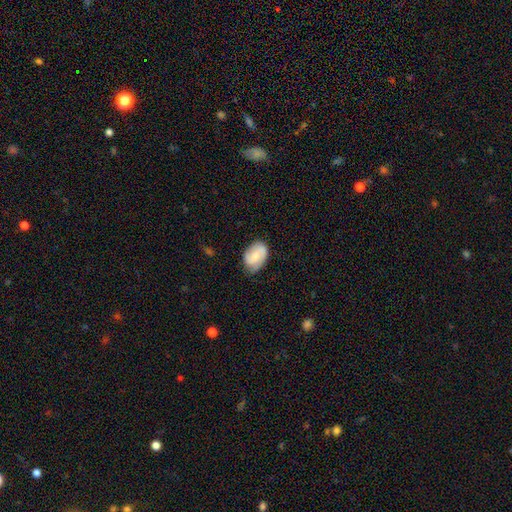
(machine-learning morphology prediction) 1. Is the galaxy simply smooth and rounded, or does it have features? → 47% smooth, 46% featured or disk, 7% star or artifact.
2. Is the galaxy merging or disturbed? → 72% none, 22% minor disturbance, 5% major disturbance, 1% merger.